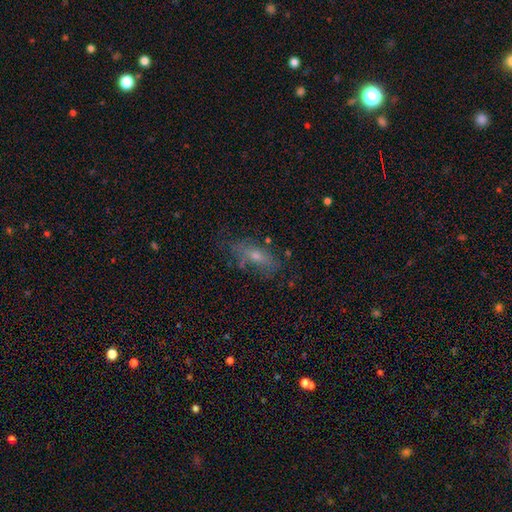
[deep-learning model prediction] smooth_or_featured: smooth (p=0.49) [alt: featured or disk p=0.36]
merging: none (p=0.64) [alt: minor disturbance p=0.22]